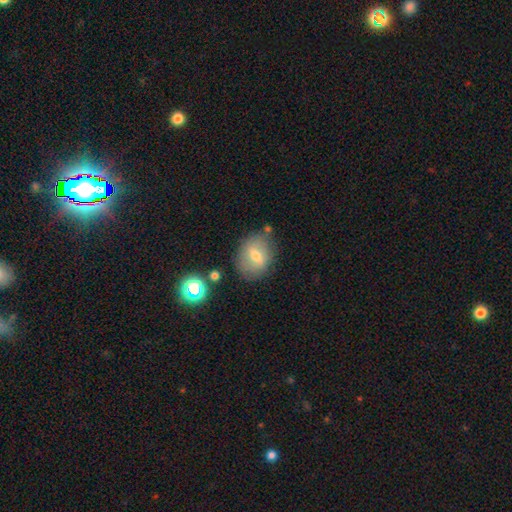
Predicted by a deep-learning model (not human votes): Smooth or featured?
  - smooth: 58% *
  - featured or disk: 32%
  - star or artifact: 10%
How rounded?
  - in between: 55% *
  - round: 44%
  - cigar-shaped: 1%
Merging?
  - none: 72% *
  - minor disturbance: 17%
  - major disturbance: 5%
  - merger: 5%